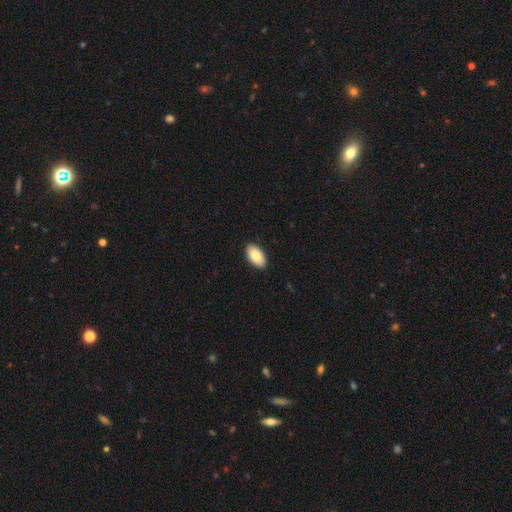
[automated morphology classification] Q: Smooth or featured?
A: smooth (84%); runner-up: featured or disk (9%)
Q: How rounded?
A: in between (95%); runner-up: round (3%)
Q: Merging?
A: none (90%); runner-up: minor disturbance (8%)